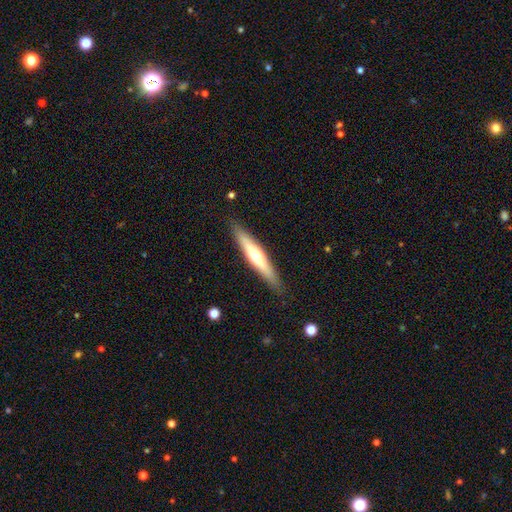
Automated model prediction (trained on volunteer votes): Overall: featured or disk (55%; smooth 39%). Edge-on disk: yes (92%). Edge-on bulge: rounded (87%). Merging: none (89%).